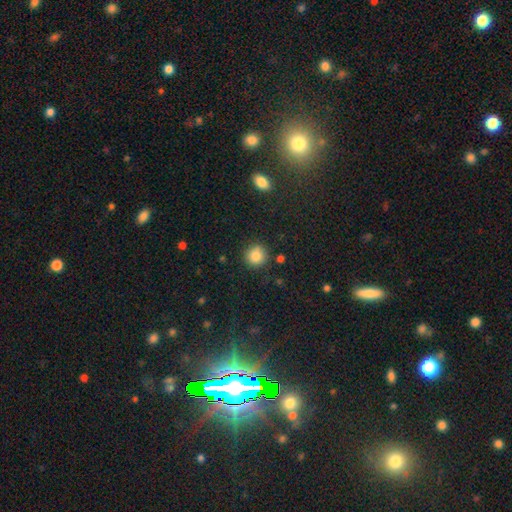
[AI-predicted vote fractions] Morphology: type=smooth (84%); roundness=round (90%); merging=none (83%).